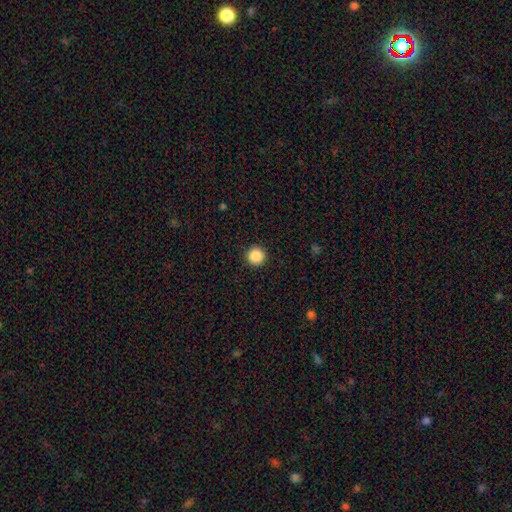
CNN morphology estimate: smooth-or-featured: smooth: 87% | star or artifact: 9% | featured or disk: 3%
  how-rounded: round: 96% | in between: 3% | cigar-shaped: 1%
  merging: none: 93% | minor disturbance: 5% | major disturbance: 2% | merger: 1%